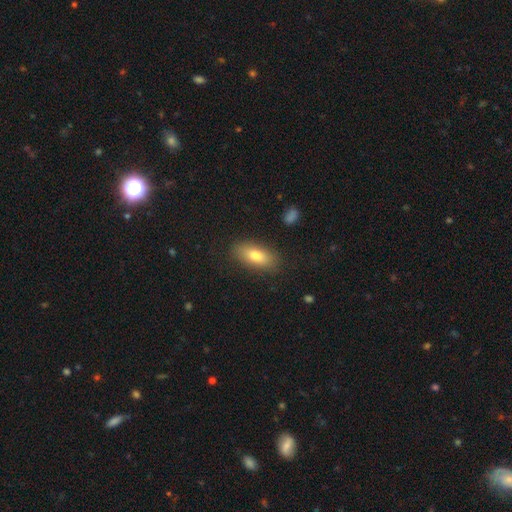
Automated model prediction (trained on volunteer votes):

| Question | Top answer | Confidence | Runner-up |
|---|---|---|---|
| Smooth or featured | smooth | 77% | featured or disk (15%) |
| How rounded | in between | 81% | cigar-shaped (15%) |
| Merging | none | 86% | minor disturbance (10%) |